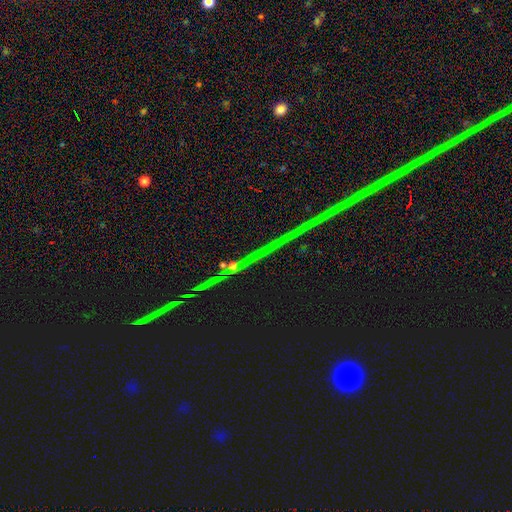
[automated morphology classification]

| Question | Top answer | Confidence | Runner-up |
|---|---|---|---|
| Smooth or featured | star or artifact | 83% | featured or disk (10%) |